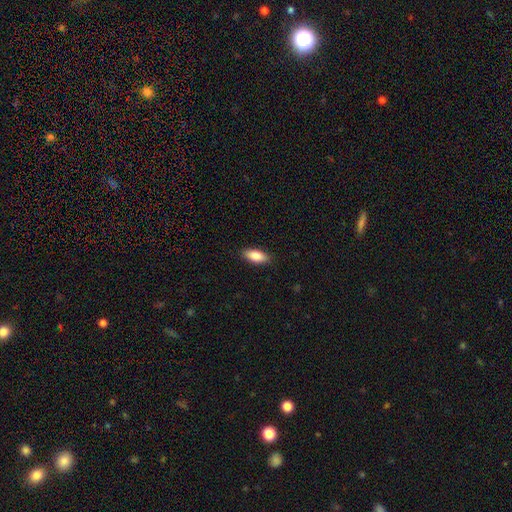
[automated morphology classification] type=smooth (84%); roundness=in between (83%); merging=none (88%).